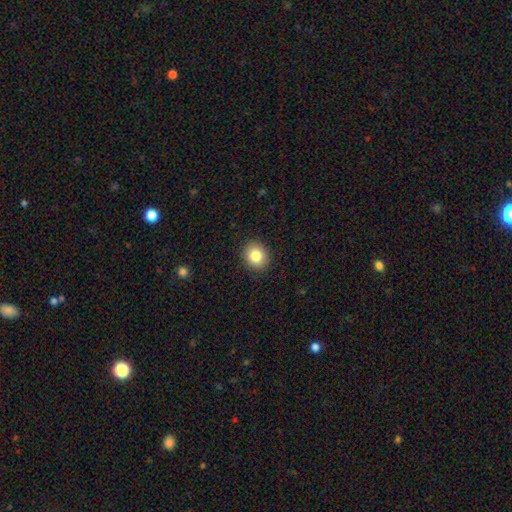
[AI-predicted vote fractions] Smooth or featured? Predicted: smooth (p=0.82). How rounded? Predicted: round (p=0.68). Merging? Predicted: none (p=0.91).